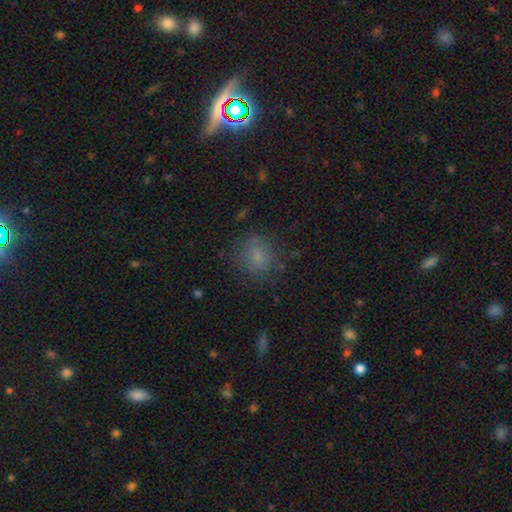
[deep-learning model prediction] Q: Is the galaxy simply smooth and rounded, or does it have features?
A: smooth — 72%.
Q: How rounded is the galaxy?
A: round — 76%.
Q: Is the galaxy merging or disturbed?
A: none — 80%.